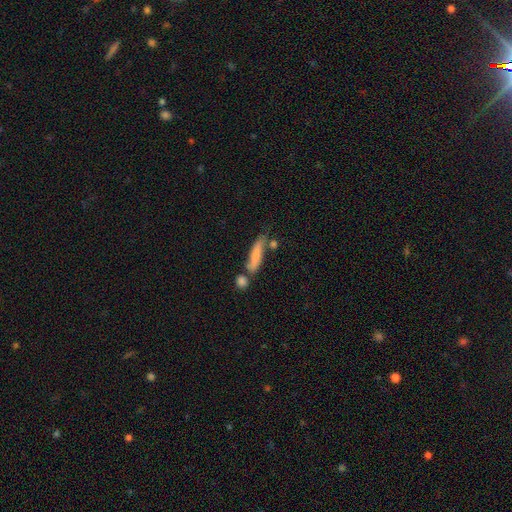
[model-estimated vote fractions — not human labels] smooth_or_featured: smooth (p=0.70) [alt: featured or disk p=0.24]
how_rounded: cigar-shaped (p=0.77) [alt: in between p=0.20]
merging: none (p=0.59) [alt: minor disturbance p=0.19]